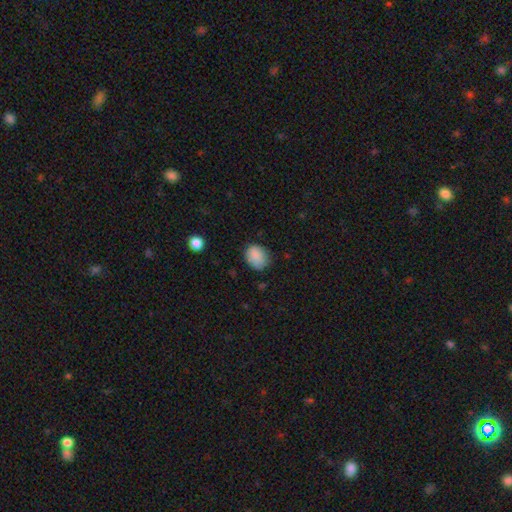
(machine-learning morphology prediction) Smooth or featured? Predicted: smooth (p=0.87). How rounded? Predicted: in between (p=0.53). Merging? Predicted: none (p=0.73).